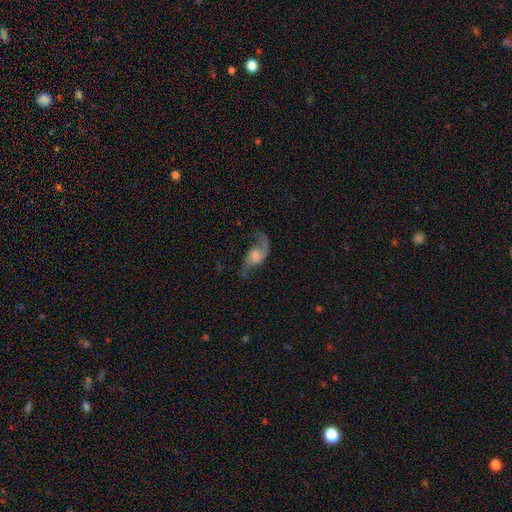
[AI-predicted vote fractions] featured or disk 87%, smooth 7%, star or artifact 6%. Down the decision tree: edge-on disk — no (97%); bar — no (52%); spiral arms — yes (96%); spiral arm count — 2 (88%); spiral winding — loose (71%); bulge size — moderate (34%); merging — none (69%).